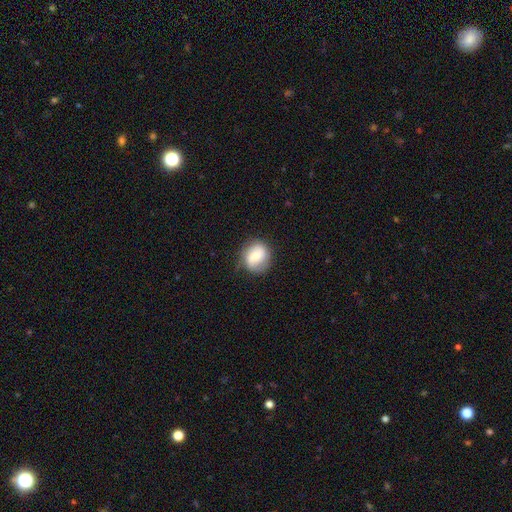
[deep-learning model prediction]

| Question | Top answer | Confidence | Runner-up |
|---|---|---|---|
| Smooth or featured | smooth | 51% | featured or disk (41%) |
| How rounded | round | 76% | in between (23%) |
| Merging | none | 74% | minor disturbance (18%) |